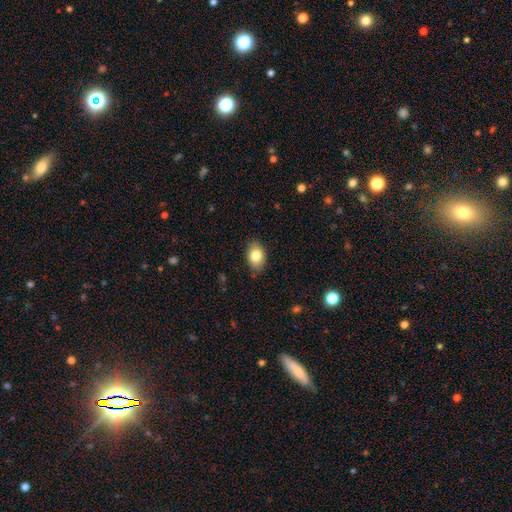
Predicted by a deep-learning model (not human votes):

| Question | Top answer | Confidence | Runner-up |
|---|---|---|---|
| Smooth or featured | smooth | 82% | featured or disk (10%) |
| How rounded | in between | 82% | round (17%) |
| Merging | none | 85% | minor disturbance (12%) |